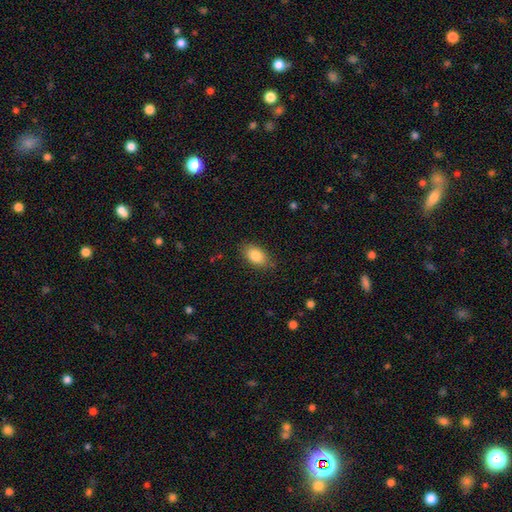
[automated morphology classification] type=smooth (85%); roundness=in between (90%); merging=none (82%).